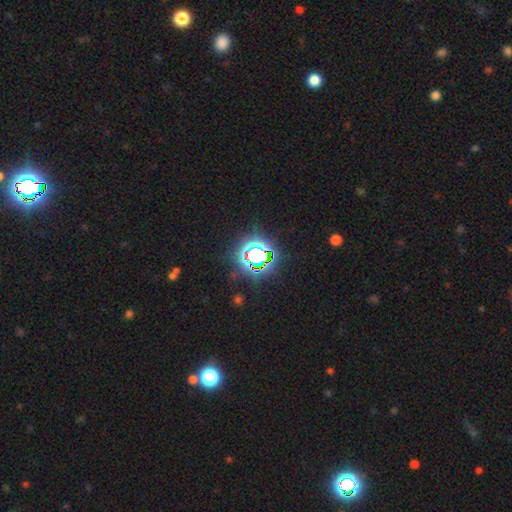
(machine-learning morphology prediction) This is likely a star or artifact rather than a galaxy (72%).